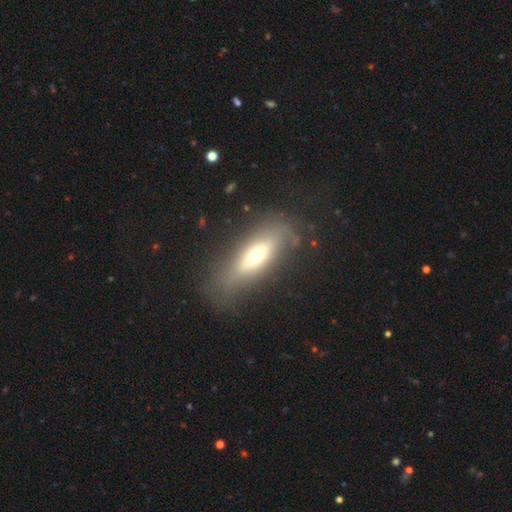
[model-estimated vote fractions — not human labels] Morphology: type=smooth (49%); merging=none (69%).